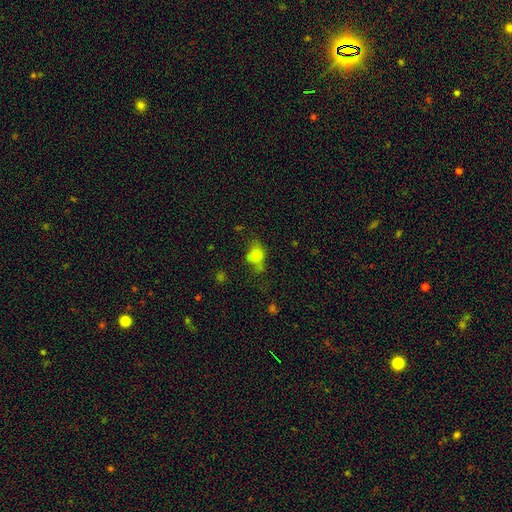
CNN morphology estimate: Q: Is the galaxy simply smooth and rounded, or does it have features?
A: smooth — 71%.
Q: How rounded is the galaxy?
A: in between — 61%.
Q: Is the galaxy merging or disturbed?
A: none — 46%.